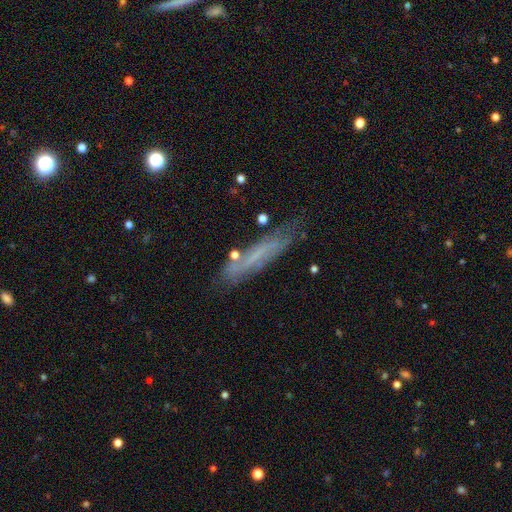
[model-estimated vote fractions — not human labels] Morphology: type=featured or disk (46%); merging=none (67%).